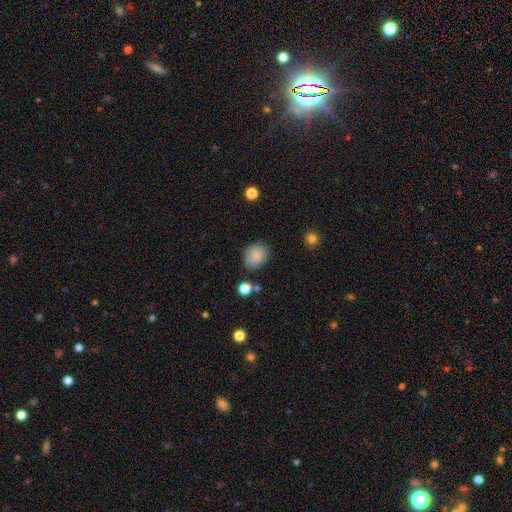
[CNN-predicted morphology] smooth 84%, star or artifact 8%, featured or disk 8%. Down the decision tree: how rounded — round (53%); merging — none (80%).